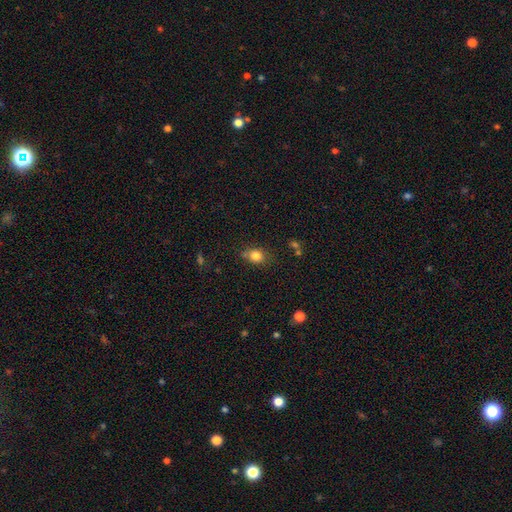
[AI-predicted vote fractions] This is clearly a smooth galaxy (82%). How rounded: possibly round (49%, tied with in between). Merging: likely none (66%).